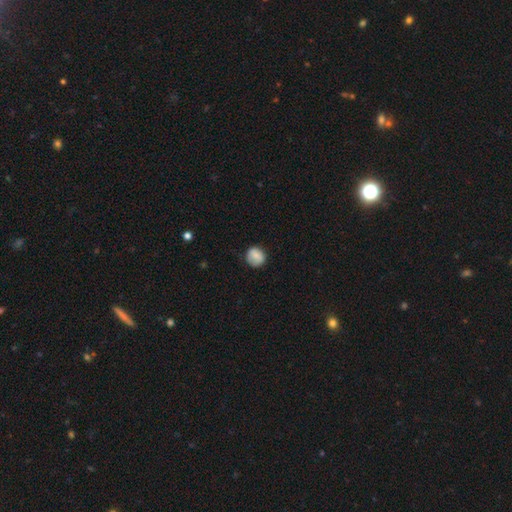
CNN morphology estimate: Q: Smooth or featured?
A: smooth (83%); runner-up: featured or disk (9%)
Q: How rounded?
A: round (85%); runner-up: in between (14%)
Q: Merging?
A: none (78%); runner-up: minor disturbance (17%)